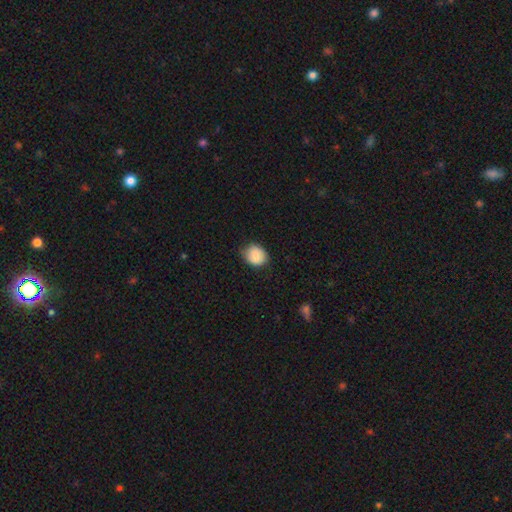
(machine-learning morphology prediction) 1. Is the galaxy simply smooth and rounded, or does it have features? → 88% smooth, 8% star or artifact, 4% featured or disk.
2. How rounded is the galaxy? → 62% round, 37% in between, 1% cigar-shaped.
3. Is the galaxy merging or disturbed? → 73% none, 22% minor disturbance, 4% major disturbance, 1% merger.